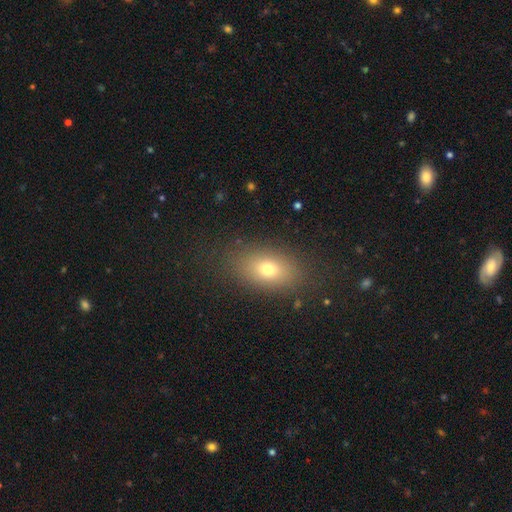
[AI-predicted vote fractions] Overall: smooth (68%). How rounded: in between (80%). Merging: none (87%).